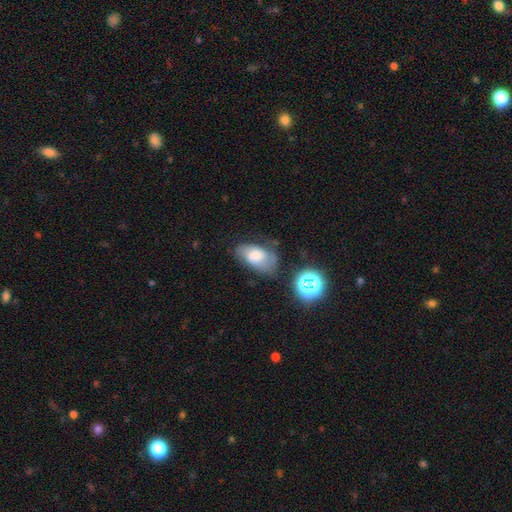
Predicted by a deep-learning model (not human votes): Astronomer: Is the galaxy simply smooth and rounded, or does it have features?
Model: smooth — 47% (runner-up: featured or disk, 41%).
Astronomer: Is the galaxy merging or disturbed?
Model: none — 51% (runner-up: minor disturbance, 30%).